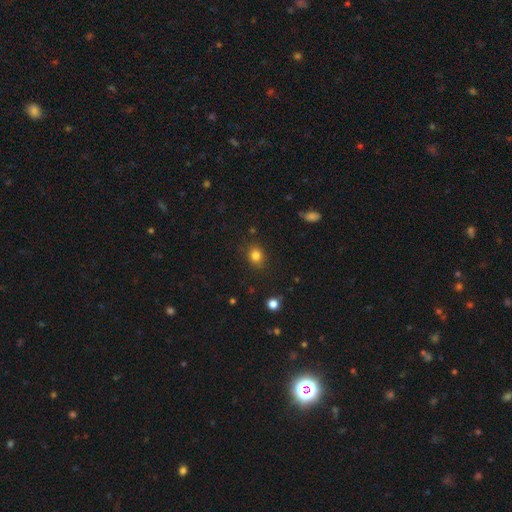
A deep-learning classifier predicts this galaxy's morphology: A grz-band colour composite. It shows a smooth galaxy with no disk features (81%) that is round (66%). Merging: none (85%).